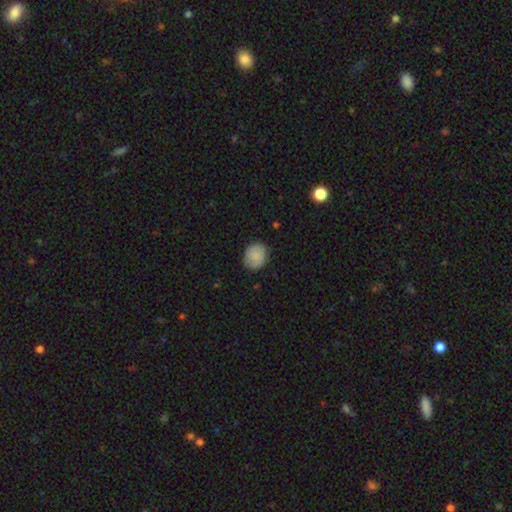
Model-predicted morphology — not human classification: smooth 87%, star or artifact 7%, featured or disk 6%. Down the decision tree: how rounded — round (70%); merging — none (86%).